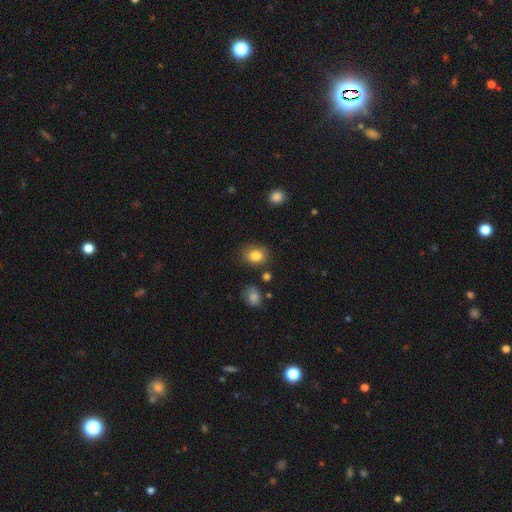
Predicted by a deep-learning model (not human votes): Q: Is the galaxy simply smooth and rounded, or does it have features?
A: smooth — 83%.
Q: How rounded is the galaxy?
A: round — 53%.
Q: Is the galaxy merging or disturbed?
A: none — 78%.